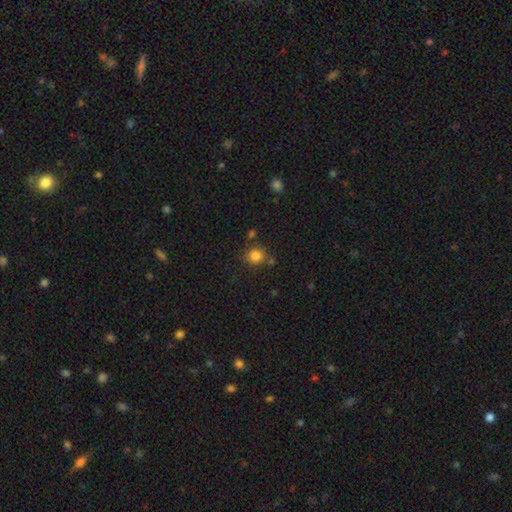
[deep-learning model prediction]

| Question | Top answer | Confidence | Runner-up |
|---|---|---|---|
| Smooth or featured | smooth | 83% | star or artifact (12%) |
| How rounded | round | 88% | in between (11%) |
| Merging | none | 76% | minor disturbance (11%) |